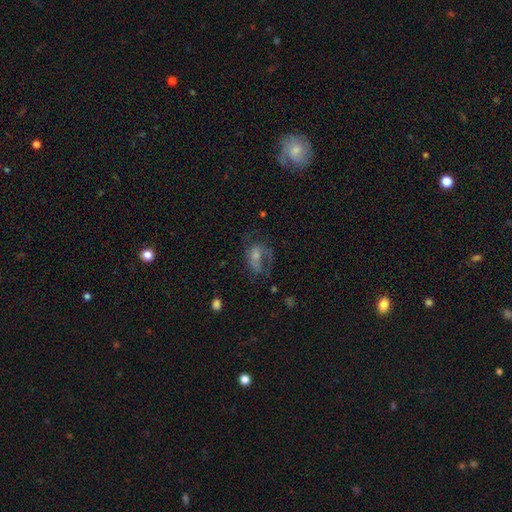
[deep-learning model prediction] A featured or disk galaxy (46%). Merging: major disturbance (44%).